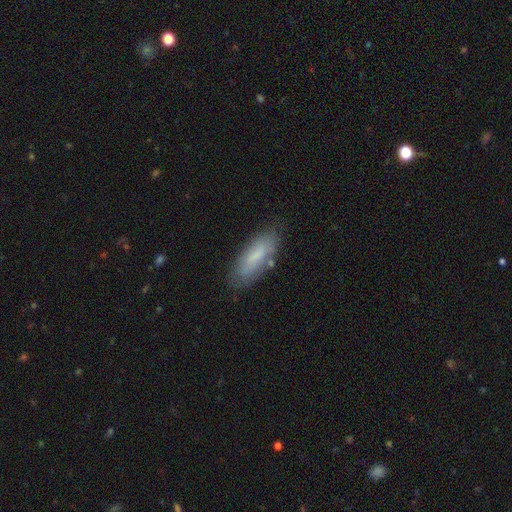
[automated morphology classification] This appears to be a smooth galaxy with no disk features (71%) that is in between round and cigar-shaped (57%). Merging: none (78%).